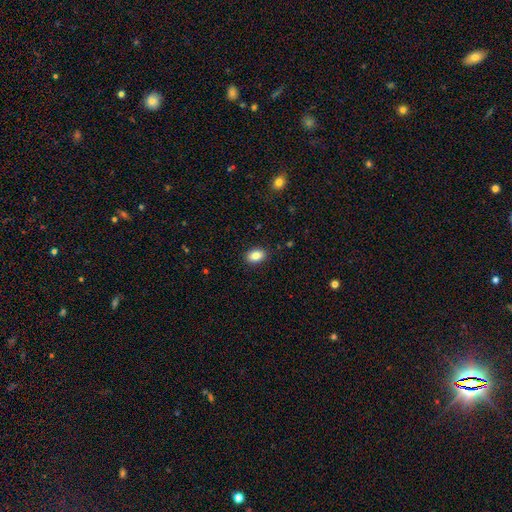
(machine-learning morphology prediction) Q: Smooth or featured?
A: smooth (85%); runner-up: star or artifact (8%)
Q: How rounded?
A: in between (87%); runner-up: round (12%)
Q: Merging?
A: none (89%); runner-up: minor disturbance (8%)